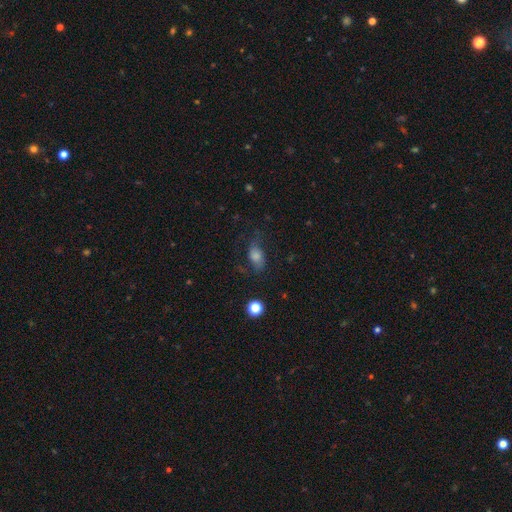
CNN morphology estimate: Q: Smooth or featured?
A: smooth (53%); runner-up: featured or disk (28%)
Q: How rounded?
A: in between (78%); runner-up: round (17%)
Q: Merging?
A: none (57%); runner-up: minor disturbance (23%)